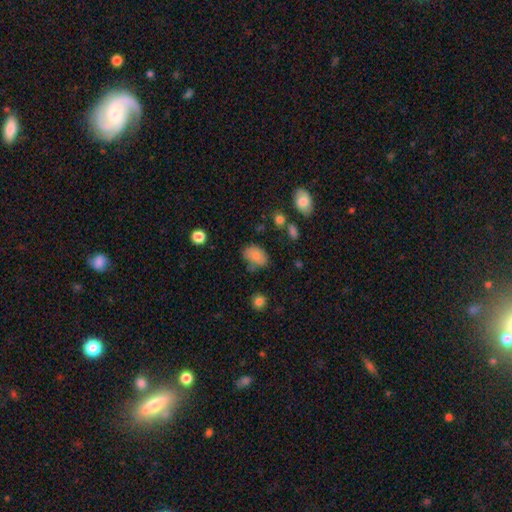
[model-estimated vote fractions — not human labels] The model was most divided on "merging": none: 64%, minor disturbance: 23%, major disturbance: 7%, merger: 6%. More confident: how rounded — in between (85%); smooth or featured — smooth (82%).